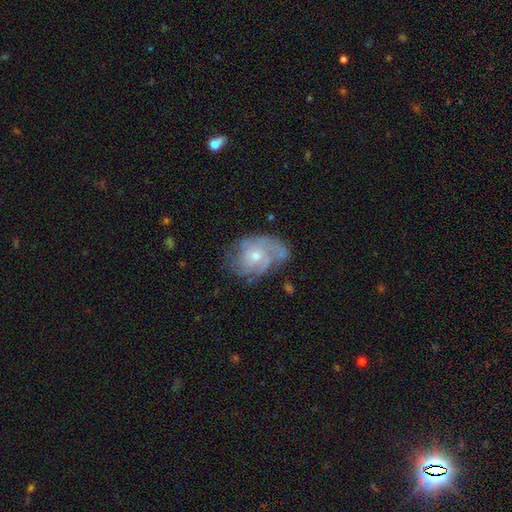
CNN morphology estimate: Q: Smooth or featured?
A: featured or disk (78%); runner-up: smooth (15%)
Q: Edge-on disk?
A: no (97%); runner-up: yes (3%)
Q: Bar?
A: no (76%); runner-up: weak (21%)
Q: Spiral arms?
A: yes (91%); runner-up: no (9%)
Q: Spiral winding?
A: tight (52%); runner-up: medium (35%)
Q: Spiral arm count?
A: can't tell (33%); runner-up: 2 (24%)
Q: Bulge size?
A: small (55%); runner-up: moderate (41%)
Q: Merging?
A: none (59%); runner-up: minor disturbance (24%)